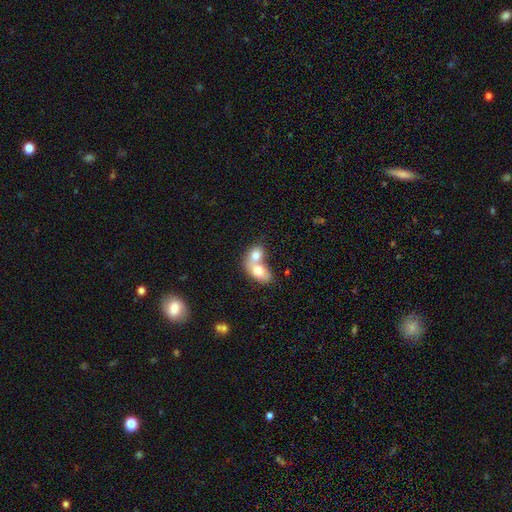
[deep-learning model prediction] The model was most divided on "how rounded": in between: 70%, round: 28%, cigar-shaped: 2%. More confident: merging — merger (80%); smooth or featured — smooth (71%).